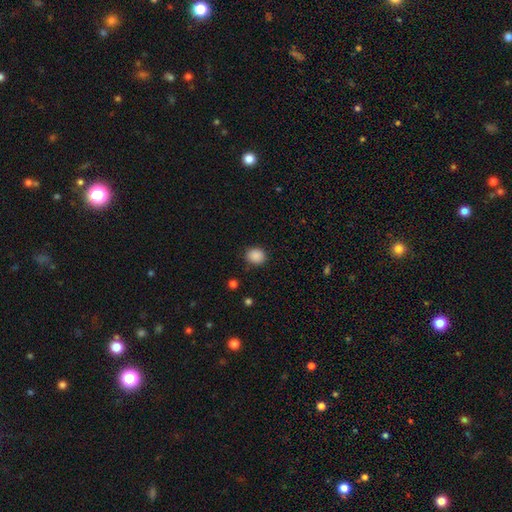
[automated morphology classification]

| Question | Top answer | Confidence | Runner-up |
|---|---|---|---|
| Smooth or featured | smooth | 88% | star or artifact (9%) |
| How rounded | round | 68% | in between (31%) |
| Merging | none | 85% | minor disturbance (10%) |